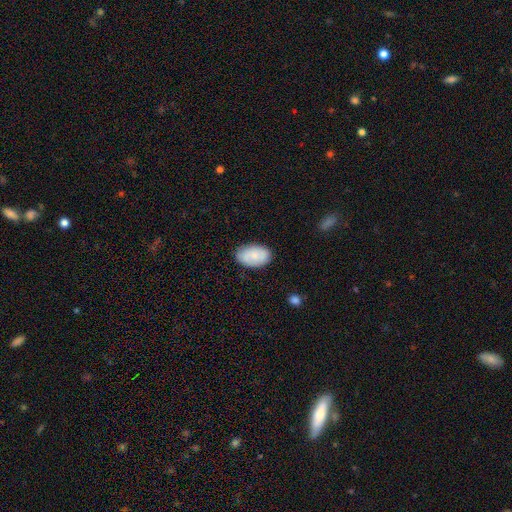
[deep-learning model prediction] Morphology: type=smooth (79%); roundness=in between (93%); merging=none (85%).